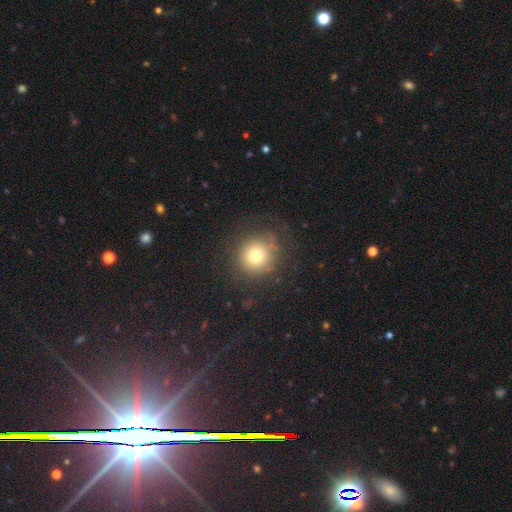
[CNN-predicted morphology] This appears to be a smooth galaxy with no disk features (73%) that is round (92%). Merging: none (79%).